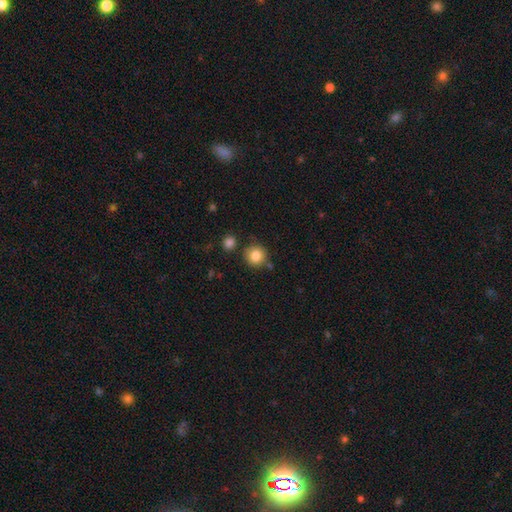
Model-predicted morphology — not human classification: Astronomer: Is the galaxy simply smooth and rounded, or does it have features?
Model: smooth — 83%.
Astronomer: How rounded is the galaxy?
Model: round — 92%.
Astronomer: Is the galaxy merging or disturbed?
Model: none — 82%.